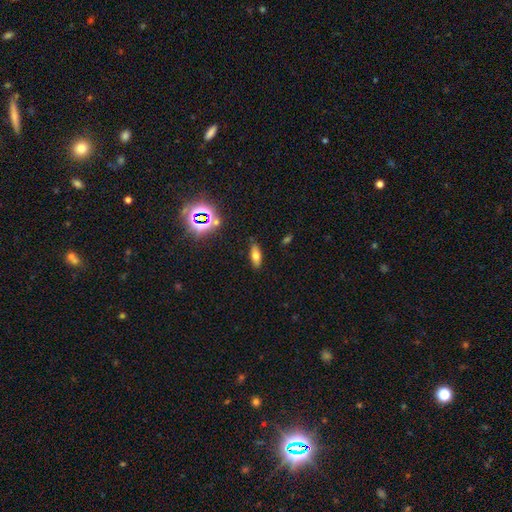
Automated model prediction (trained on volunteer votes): Smooth or featured? Predicted: smooth (p=0.67). How rounded? Predicted: in between (p=0.76). Merging? Predicted: none (p=0.84).